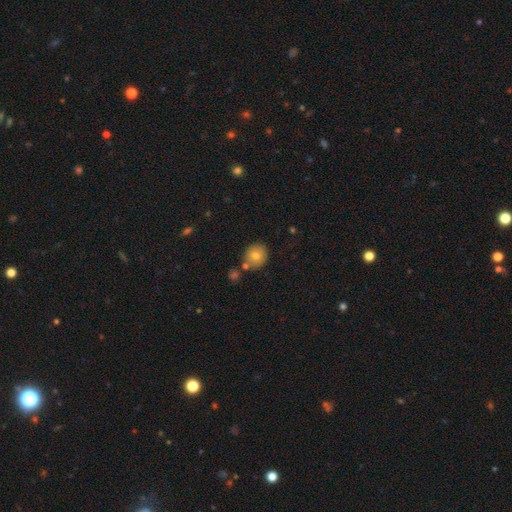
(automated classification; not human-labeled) Q: Smooth or featured?
A: smooth (78%); runner-up: featured or disk (13%)
Q: How rounded?
A: round (82%); runner-up: in between (17%)
Q: Merging?
A: none (73%); runner-up: merger (13%)